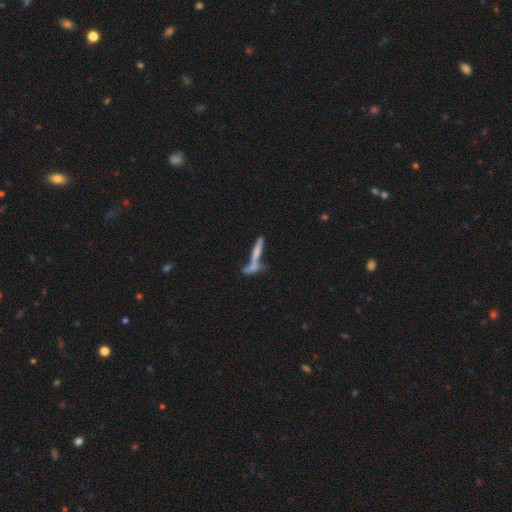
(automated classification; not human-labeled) Smooth or featured: smooth — 45% (featured or disk — 41%)
Merging: merger — 43% (none — 39%)